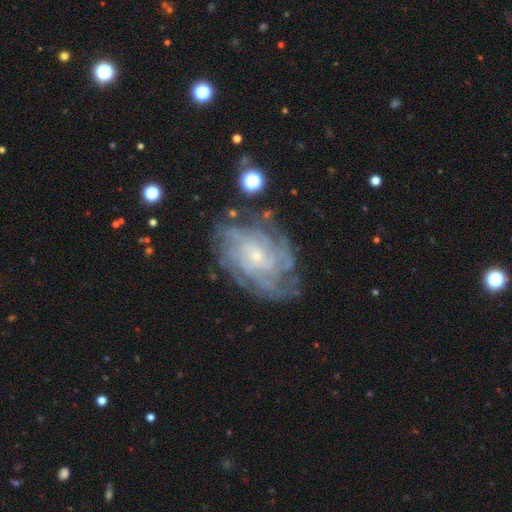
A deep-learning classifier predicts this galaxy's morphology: Q: Smooth or featured?
A: featured or disk (85%); runner-up: smooth (8%)
Q: Edge-on disk?
A: no (97%); runner-up: yes (3%)
Q: Bar?
A: no (73%); runner-up: weak (22%)
Q: Spiral arms?
A: yes (96%); runner-up: no (4%)
Q: Spiral winding?
A: tight (67%); runner-up: medium (27%)
Q: Spiral arm count?
A: can't tell (32%); runner-up: 4 (23%)
Q: Bulge size?
A: small (80%); runner-up: moderate (15%)
Q: Merging?
A: none (73%); runner-up: minor disturbance (17%)